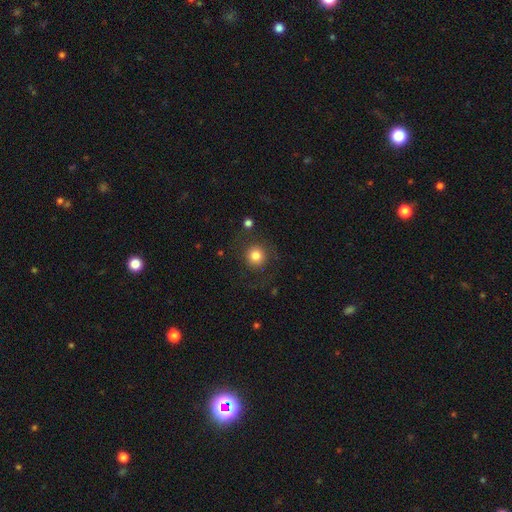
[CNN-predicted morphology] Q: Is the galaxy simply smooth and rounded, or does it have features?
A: smooth — 78%.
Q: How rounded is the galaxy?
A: round — 93%.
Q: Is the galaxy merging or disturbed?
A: none — 79%.